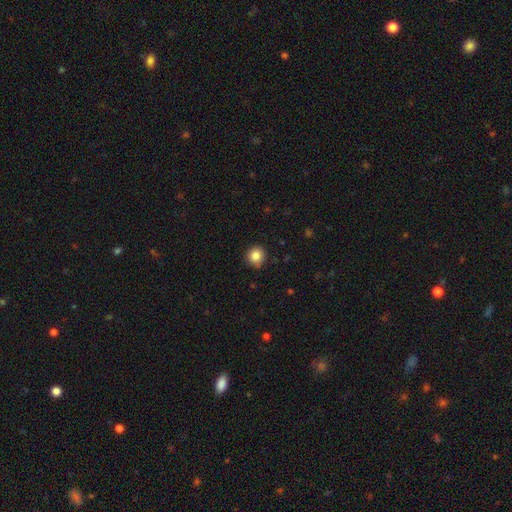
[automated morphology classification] smooth-or-featured: smooth: 85% | star or artifact: 10% | featured or disk: 5%
  how-rounded: round: 93% | in between: 6% | cigar-shaped: 1%
  merging: none: 88% | minor disturbance: 9% | major disturbance: 2% | merger: 1%